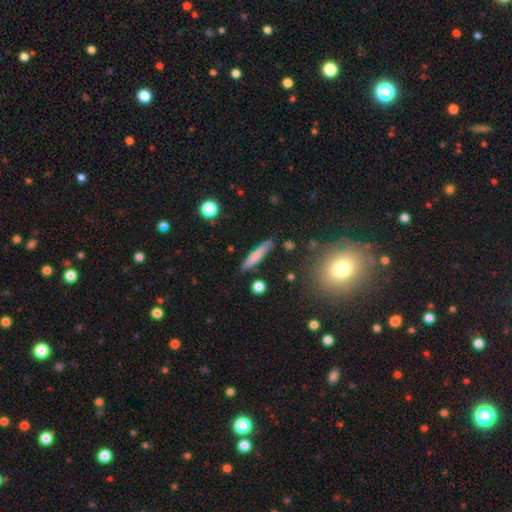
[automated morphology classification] This appears to be a smooth galaxy with no disk features (71%) that is cigar-shaped (90%). Merging: none (83%).